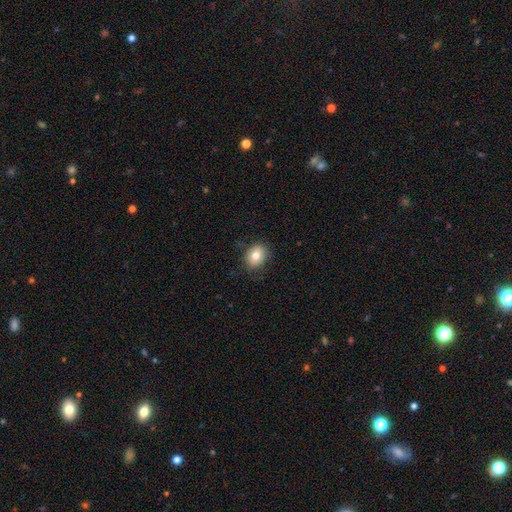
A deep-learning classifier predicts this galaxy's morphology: Smooth or featured?
  - smooth: 78% *
  - featured or disk: 13%
  - star or artifact: 10%
How rounded?
  - round: 50% *
  - in between: 49%
  - cigar-shaped: 1%
Merging?
  - none: 85% *
  - minor disturbance: 11%
  - major disturbance: 3%
  - merger: 1%